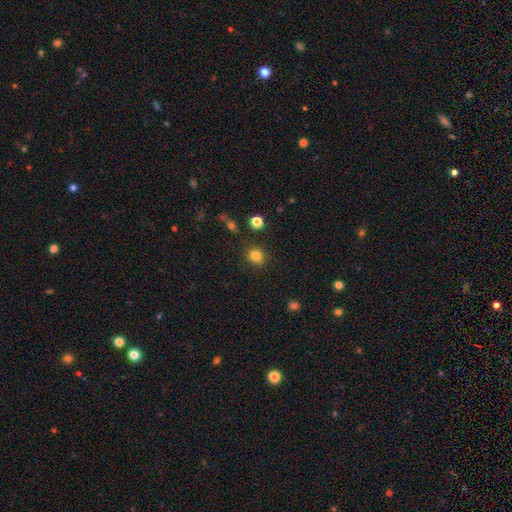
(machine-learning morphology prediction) Q: Smooth or featured?
A: smooth (82%); runner-up: star or artifact (12%)
Q: How rounded?
A: round (81%); runner-up: in between (18%)
Q: Merging?
A: none (86%); runner-up: minor disturbance (8%)